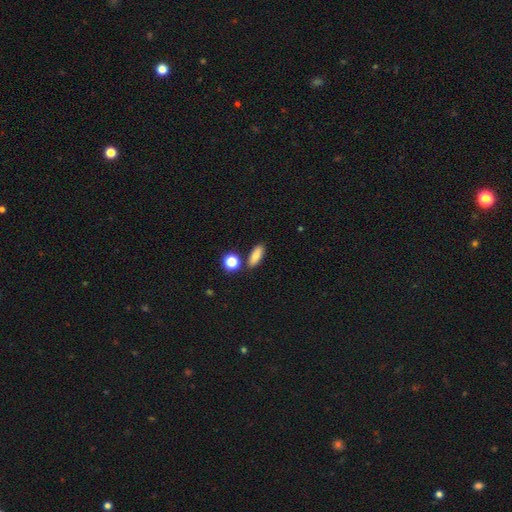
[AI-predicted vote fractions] This appears to be a smooth galaxy with no disk features (83%) that is in between round and cigar-shaped (62%). Merging: none (81%).